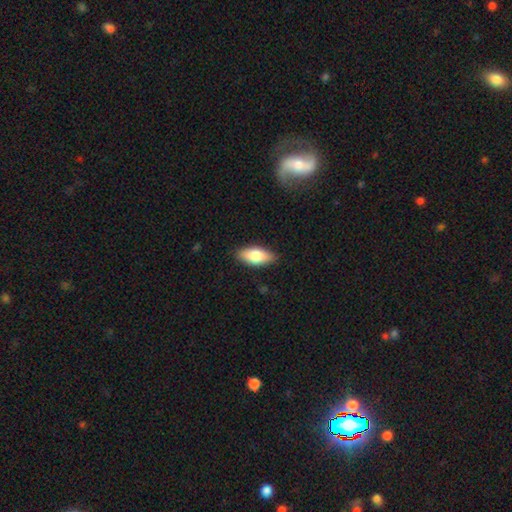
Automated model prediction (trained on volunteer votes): Overall: smooth (78%). How rounded: in between (85%). Merging: none (87%).